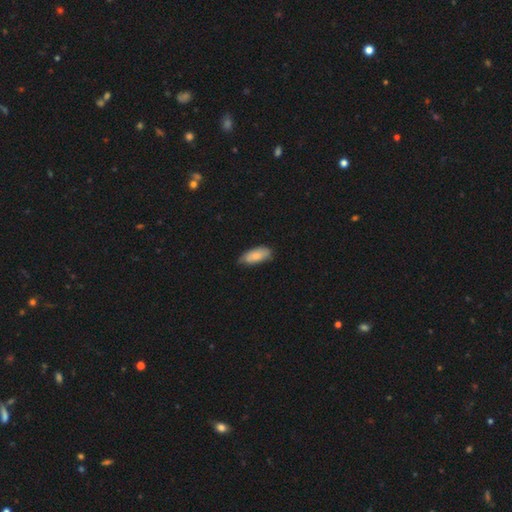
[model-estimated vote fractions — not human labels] A smooth galaxy with no disk features (81%) that is in between round and cigar-shaped (85%). Merging: none (64%).